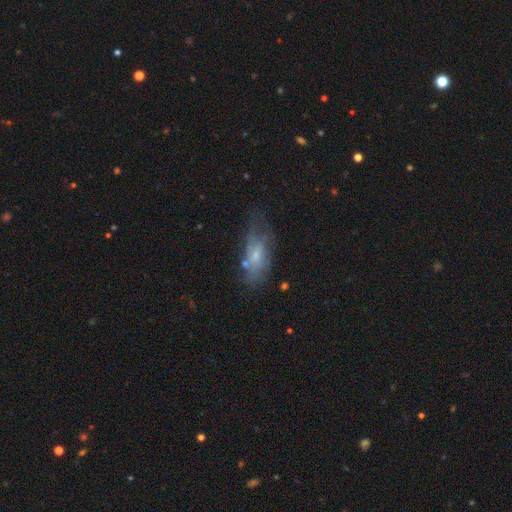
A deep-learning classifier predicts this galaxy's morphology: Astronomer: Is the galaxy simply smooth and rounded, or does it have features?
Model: featured or disk — 48% (runner-up: smooth, 43%).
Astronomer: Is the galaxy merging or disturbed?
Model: none — 46% (runner-up: minor disturbance, 29%).